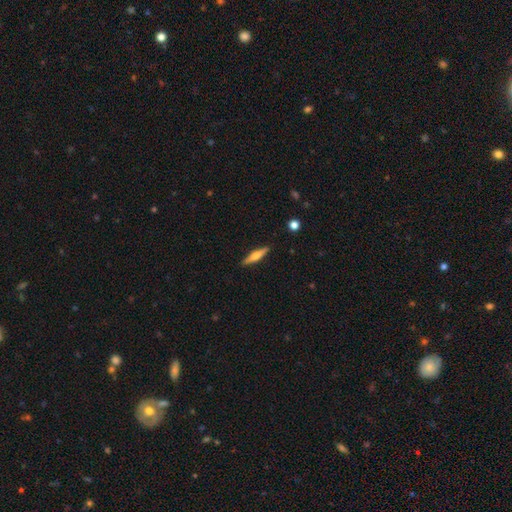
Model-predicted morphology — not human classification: This appears to be a featured or disk galaxy (53%) viewed edge-on (96%) with a rounded central bulge (87%). Merging: none (90%).